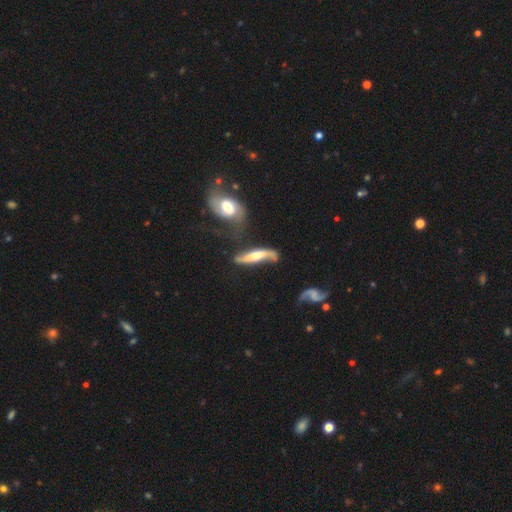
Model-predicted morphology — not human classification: Smooth or featured?
  - featured or disk: 73% *
  - smooth: 21%
  - star or artifact: 6%
Edge-on disk?
  - no: 50% * (tied)
  - yes: 50% * (tied)
Merging?
  - none: 42% *
  - minor disturbance: 23%
  - merger: 20%
  - major disturbance: 15%